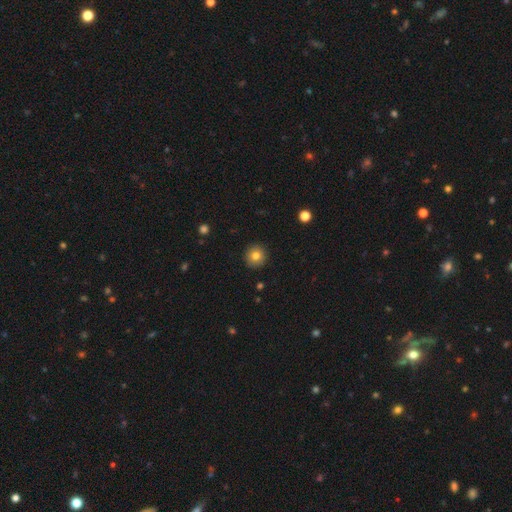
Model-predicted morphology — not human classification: A smooth galaxy with no disk features (80%) that is round (95%). Merging: none (92%).